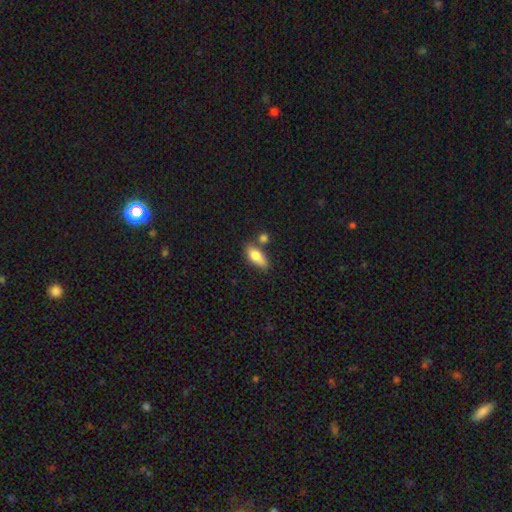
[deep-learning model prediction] The model was most divided on "merging": none: 57%, merger: 20%, minor disturbance: 18%, major disturbance: 5%. More confident: how rounded — in between (79%); smooth or featured — smooth (78%).